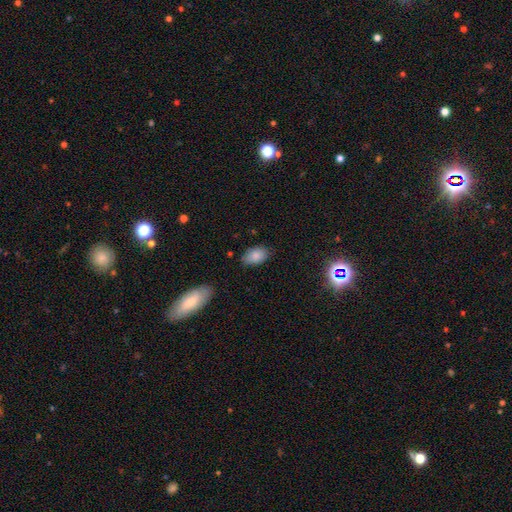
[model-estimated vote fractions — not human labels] Morphology: type=smooth (85%); roundness=in between (91%); merging=none (78%).